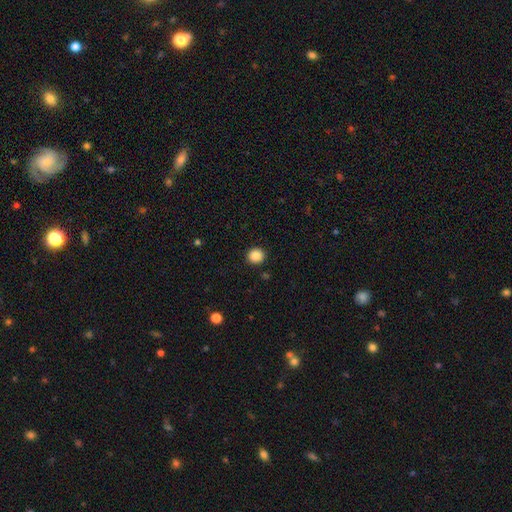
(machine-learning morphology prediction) A smooth galaxy with no disk features (87%) that is round (91%). Merging: none (92%).